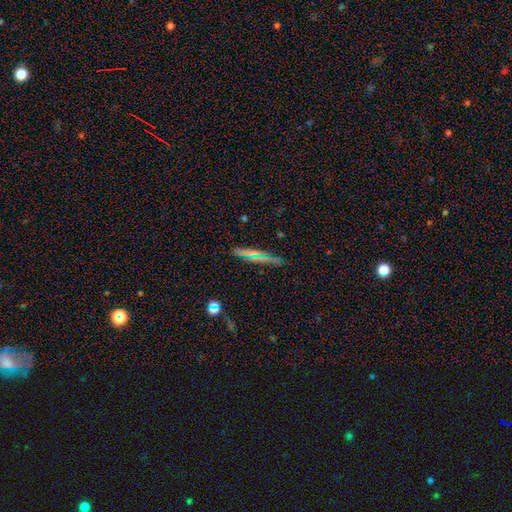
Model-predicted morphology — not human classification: This is possibly a smooth galaxy (52%). How rounded: clearly cigar-shaped (89%). Merging: clearly none (86%).